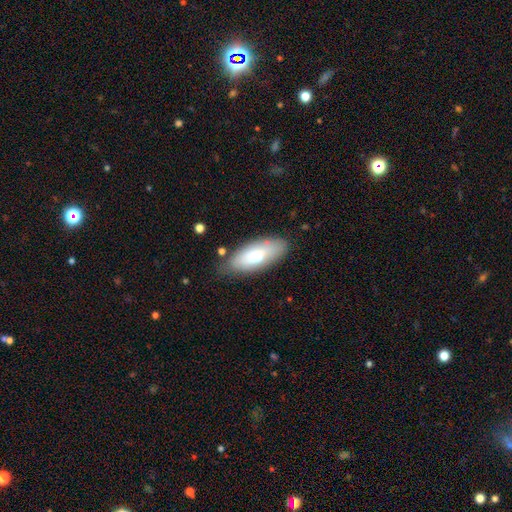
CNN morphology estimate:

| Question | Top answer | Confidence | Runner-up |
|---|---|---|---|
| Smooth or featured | smooth | 74% | featured or disk (20%) |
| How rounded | in between | 79% | cigar-shaped (19%) |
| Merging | none | 75% | minor disturbance (19%) |